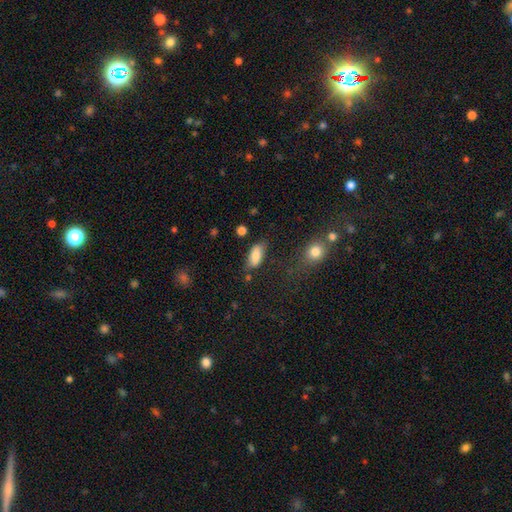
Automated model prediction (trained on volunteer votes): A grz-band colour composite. It shows a smooth galaxy with no disk features (81%) that is in between round and cigar-shaped (85%). Merging: none (67%).